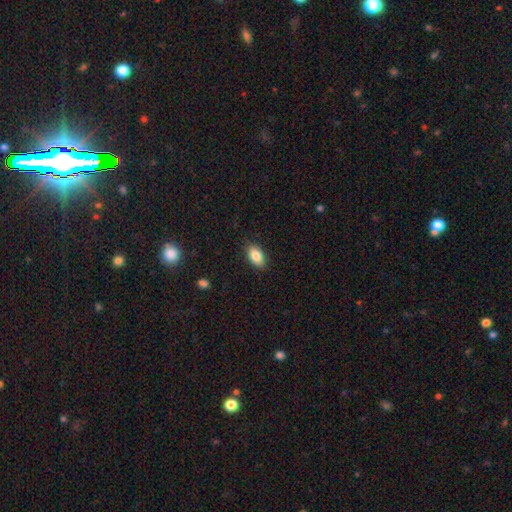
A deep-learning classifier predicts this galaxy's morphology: Q: Smooth or featured?
A: smooth (86%); runner-up: star or artifact (8%)
Q: How rounded?
A: in between (91%); runner-up: round (7%)
Q: Merging?
A: none (87%); runner-up: minor disturbance (9%)